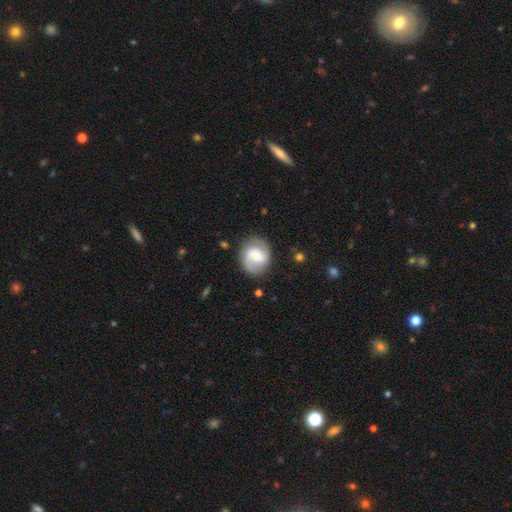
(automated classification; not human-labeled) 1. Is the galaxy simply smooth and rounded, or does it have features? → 68% featured or disk, 26% smooth, 6% star or artifact.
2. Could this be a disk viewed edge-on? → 98% no, 2% yes.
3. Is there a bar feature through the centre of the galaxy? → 47% weak, 36% no, 17% strong.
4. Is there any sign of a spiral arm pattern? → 89% yes, 11% no.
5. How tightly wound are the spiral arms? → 47% medium, 29% tight, 24% loose.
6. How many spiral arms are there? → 85% 2, 7% can't tell, 4% 1, 1% 3, 1% 4, 1% more than 4.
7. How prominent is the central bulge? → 54% moderate, 38% small, 5% large, 2% none, 1% dominant.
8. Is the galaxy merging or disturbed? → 80% none, 14% minor disturbance, 5% major disturbance, 1% merger.